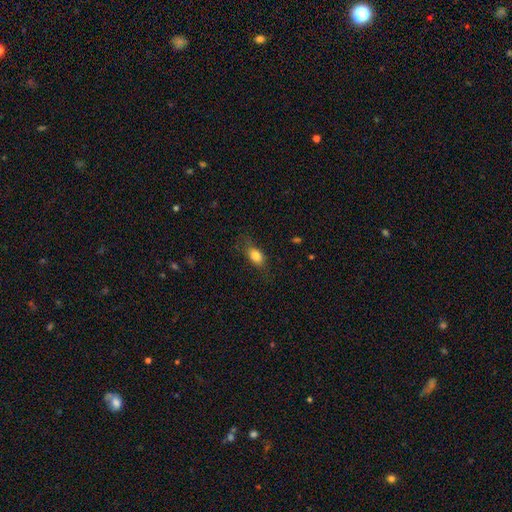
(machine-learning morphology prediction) This is clearly a smooth galaxy (82%). How rounded: clearly in between (81%). Merging: likely none (73%).